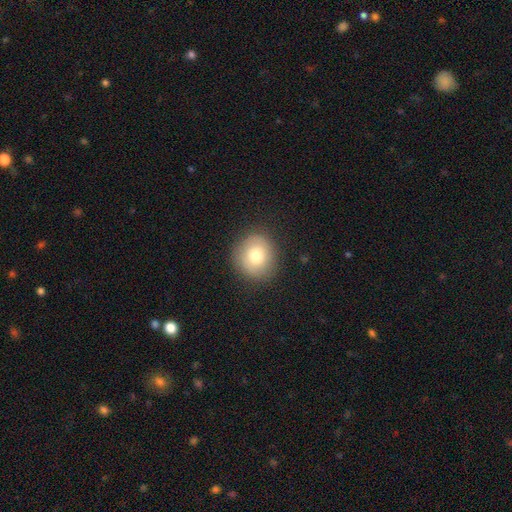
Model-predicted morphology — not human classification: Smooth or featured? Predicted: smooth (p=0.77). How rounded? Predicted: round (p=0.81). Merging? Predicted: none (p=0.87).